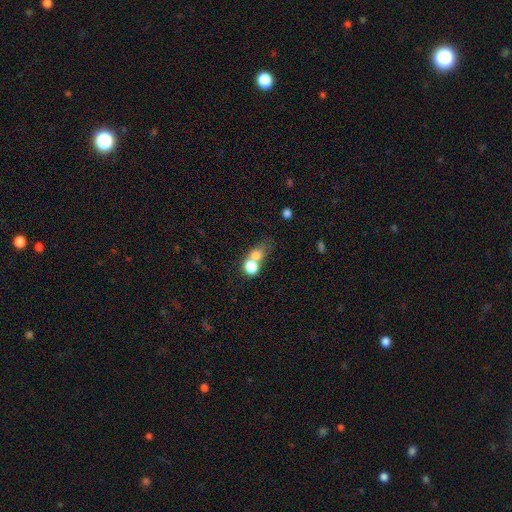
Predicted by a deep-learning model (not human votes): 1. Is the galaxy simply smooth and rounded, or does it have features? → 72% smooth, 14% featured or disk, 13% star or artifact.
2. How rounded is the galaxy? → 63% round, 35% in between, 2% cigar-shaped.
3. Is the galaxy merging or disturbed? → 59% merger, 28% none, 7% minor disturbance, 6% major disturbance.